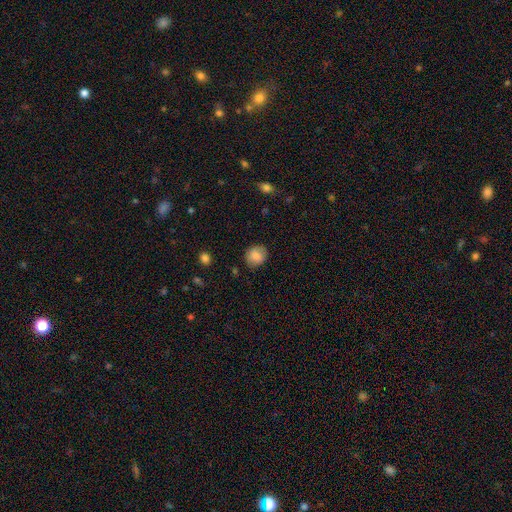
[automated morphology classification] This is clearly a smooth galaxy (83%). How rounded: likely round (74%). Merging: clearly none (82%).